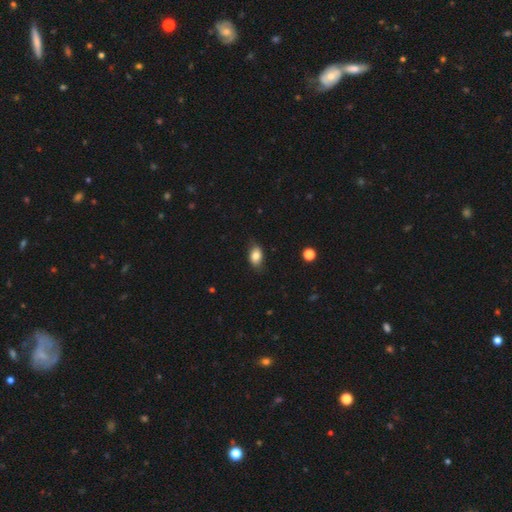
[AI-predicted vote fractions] Smooth or featured? smooth (83%)
How rounded? in between (86%)
Merging? none (76%)